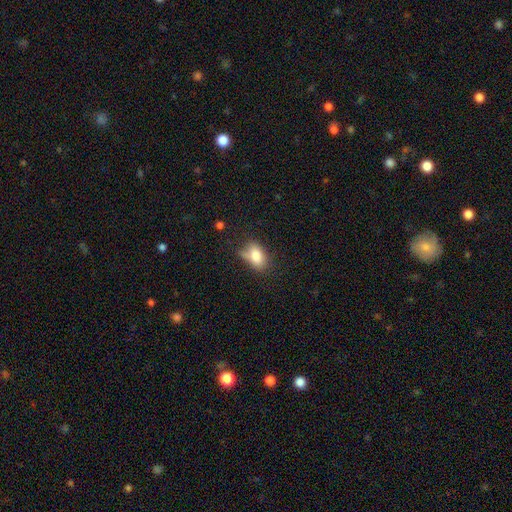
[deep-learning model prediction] smooth_or_featured: smooth (p=0.81) [alt: featured or disk p=0.10]
how_rounded: in between (p=0.85) [alt: round p=0.13]
merging: none (p=0.52) [alt: minor disturbance p=0.30]